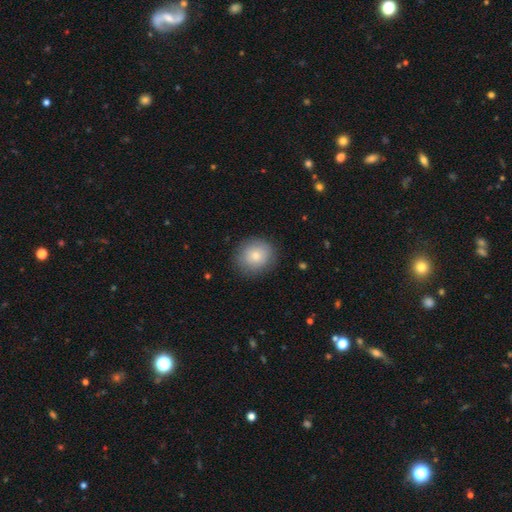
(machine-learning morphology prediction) A smooth galaxy with no disk features (81%) that is round (83%).

Vote fractions:
- Smooth or featured? smooth: 81% / featured or disk: 11% / star or artifact: 8%
- How rounded? round: 83% / in between: 17% / cigar-shaped: 1%
- Merging? none: 85% / minor disturbance: 11% / major disturbance: 3% / merger: 1%